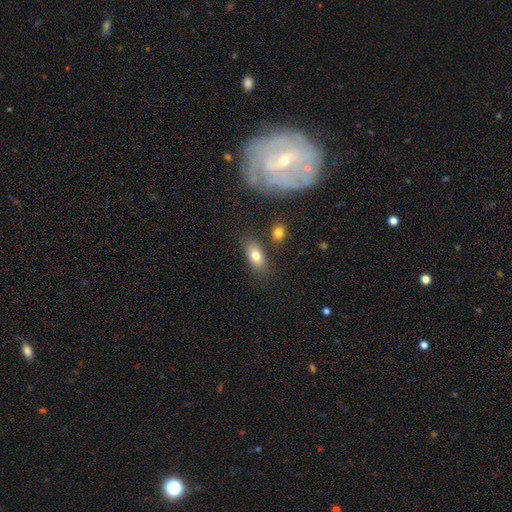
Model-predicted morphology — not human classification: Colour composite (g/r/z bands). It shows a smooth galaxy with no disk features (79%) that is in between round and cigar-shaped (86%). Merging: none (77%).